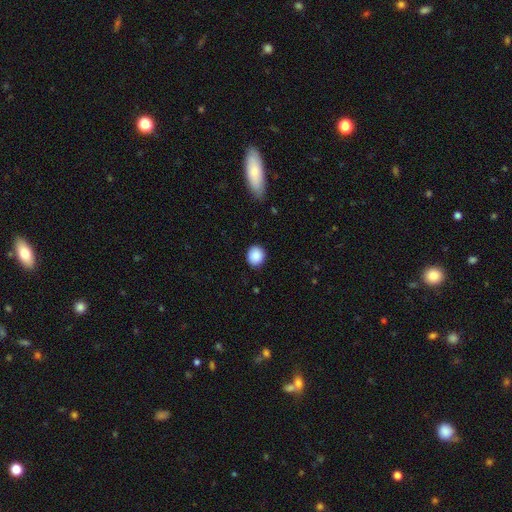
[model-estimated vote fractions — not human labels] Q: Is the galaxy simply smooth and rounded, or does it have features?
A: smooth — 89%.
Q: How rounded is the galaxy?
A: round — 78%.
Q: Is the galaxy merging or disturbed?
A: none — 88%.